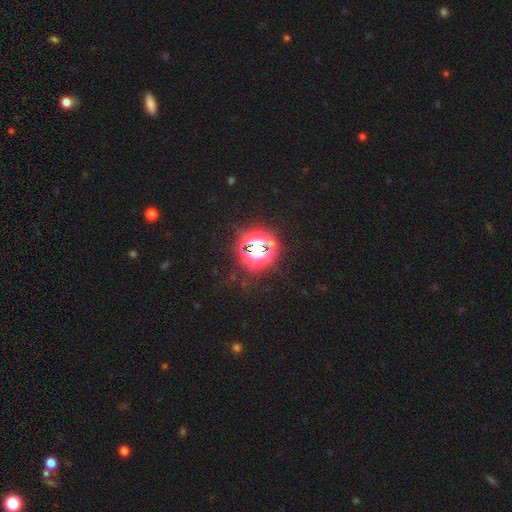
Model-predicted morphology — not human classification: Smooth or featured? star or artifact (73%)